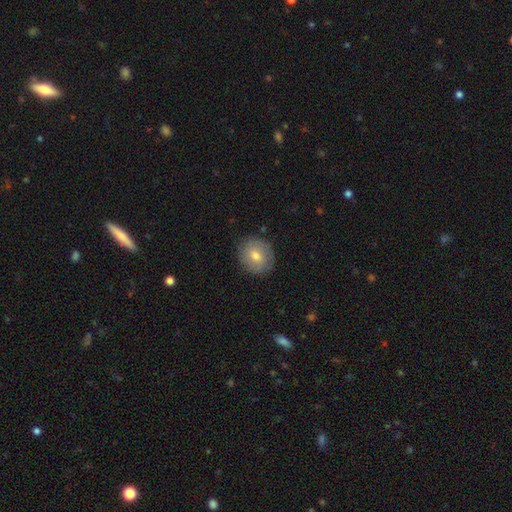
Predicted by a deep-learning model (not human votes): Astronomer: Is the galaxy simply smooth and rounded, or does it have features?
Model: smooth — 64%.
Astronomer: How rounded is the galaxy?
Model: round — 78%.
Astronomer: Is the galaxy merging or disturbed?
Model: none — 86%.